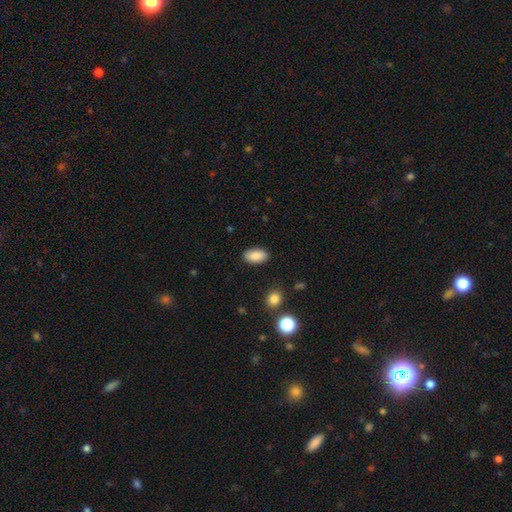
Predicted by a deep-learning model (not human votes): smooth 87%, star or artifact 7%, featured or disk 6%. Down the decision tree: how rounded — in between (93%); merging — none (88%).